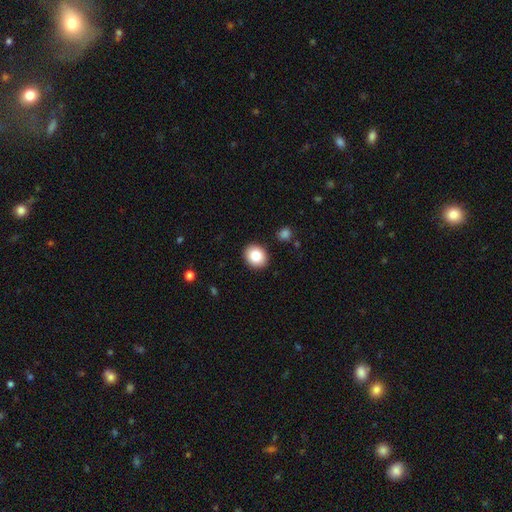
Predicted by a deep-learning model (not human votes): smooth_or_featured: smooth (p=0.84) [alt: star or artifact p=0.08]
how_rounded: round (p=0.62) [alt: in between p=0.37]
merging: none (p=0.90) [alt: minor disturbance p=0.07]